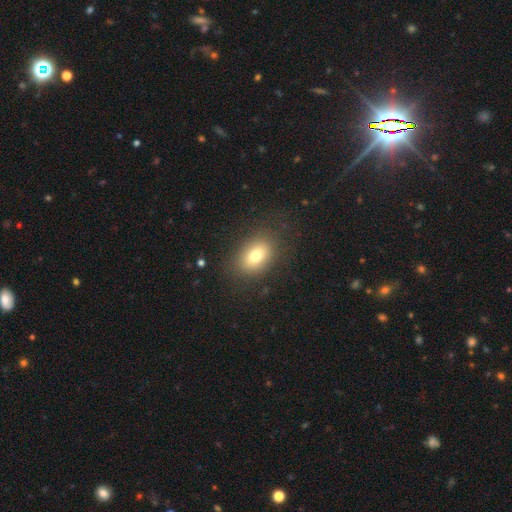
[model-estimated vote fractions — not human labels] Smooth or featured? Predicted: smooth (p=0.77). How rounded? Predicted: in between (p=0.77). Merging? Predicted: none (p=0.82).